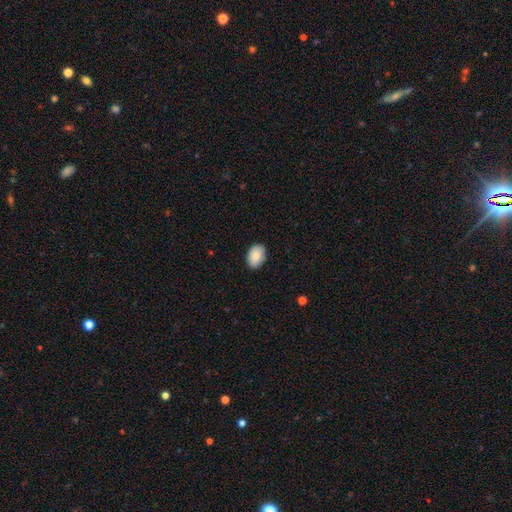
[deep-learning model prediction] Smooth or featured? Predicted: smooth (p=0.87). How rounded? Predicted: in between (p=0.87). Merging? Predicted: none (p=0.87).